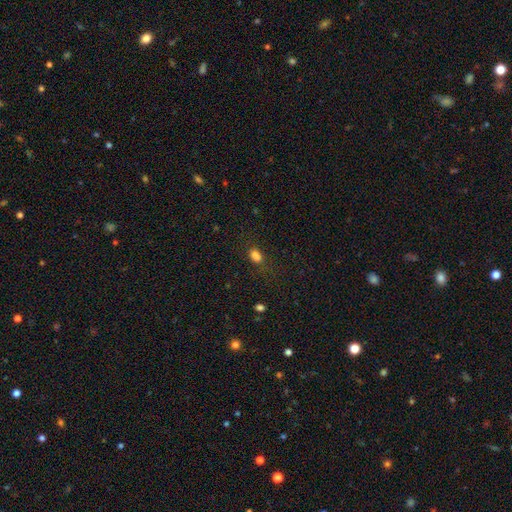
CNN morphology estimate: This appears to be a smooth galaxy with no disk features (80%) that is in between round and cigar-shaped (82%). Merging: none (69%).